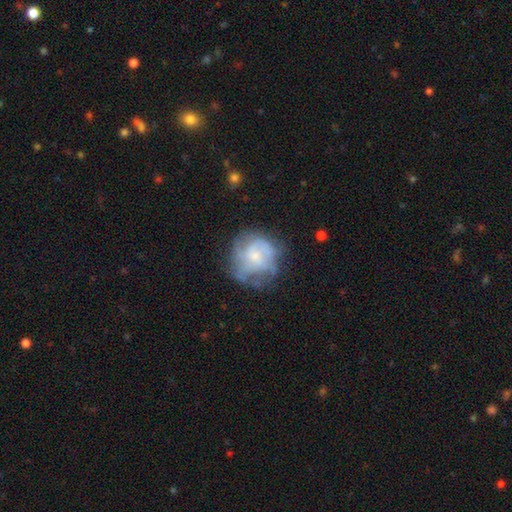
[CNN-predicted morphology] Smooth or featured? featured or disk (59%)
Edge-on disk? no (98%)
Bar? no (78%)
Spiral arms? yes (64%)
Bulge size? small (55%)
Merging? none (57%)